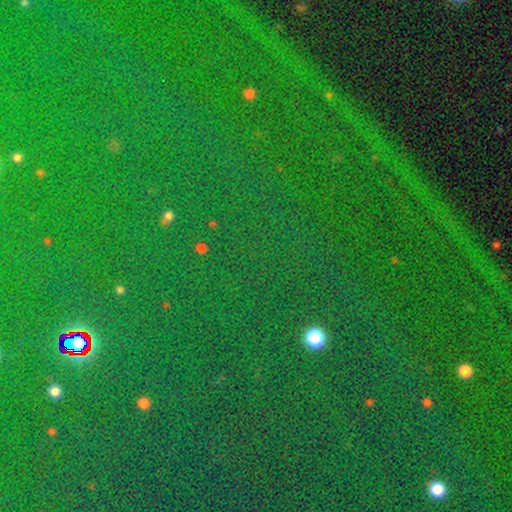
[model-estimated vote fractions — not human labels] Smooth or featured? Predicted: star or artifact (p=0.82).